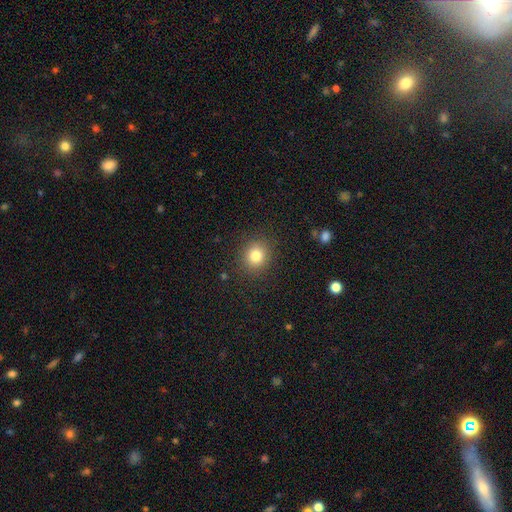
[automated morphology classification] Overall: smooth (81%). How rounded: round (80%). Merging: none (88%).